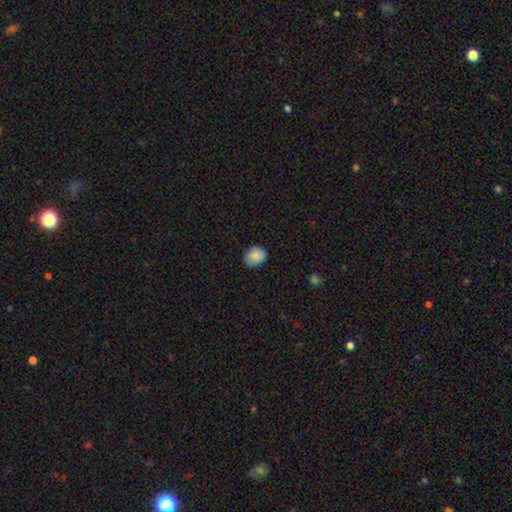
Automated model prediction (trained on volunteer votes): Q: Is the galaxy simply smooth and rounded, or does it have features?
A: smooth — 83%.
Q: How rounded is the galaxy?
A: round — 54%.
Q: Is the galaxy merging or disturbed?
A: none — 80%.